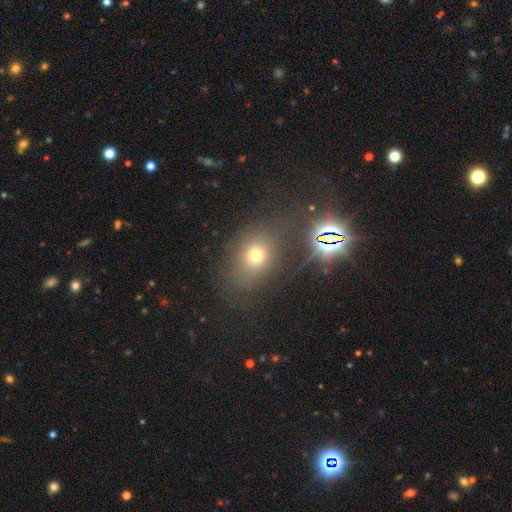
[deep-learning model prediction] Smooth or featured?
  - smooth: 64% *
  - star or artifact: 23%
  - featured or disk: 12%
How rounded?
  - in between: 50% *
  - round: 48%
  - cigar-shaped: 2%
Merging?
  - none: 71% *
  - minor disturbance: 14%
  - major disturbance: 9%
  - merger: 6%